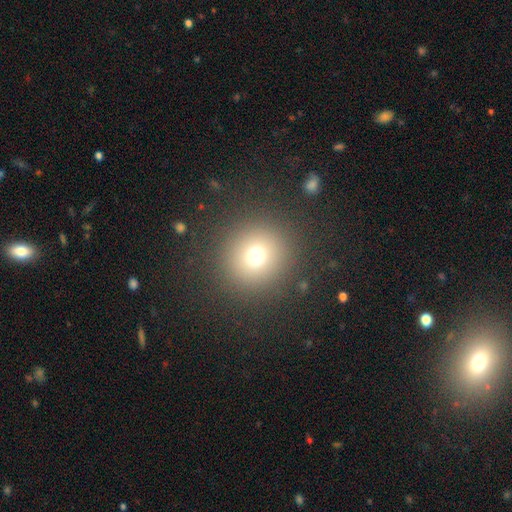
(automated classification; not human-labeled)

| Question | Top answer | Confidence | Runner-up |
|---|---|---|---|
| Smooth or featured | smooth | 71% | star or artifact (18%) |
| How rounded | round | 91% | in between (8%) |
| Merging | none | 88% | minor disturbance (6%) |